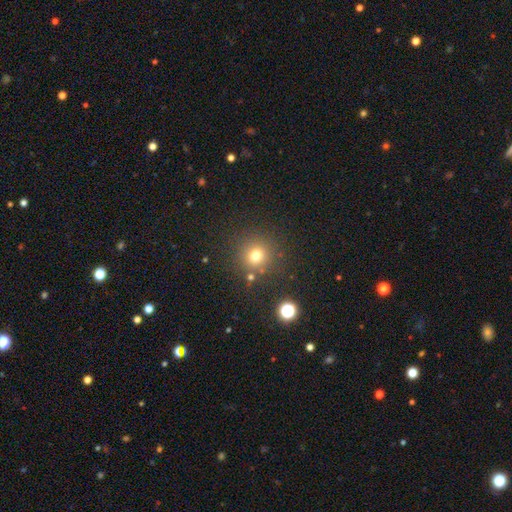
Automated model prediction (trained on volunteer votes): Morphology: type=smooth (74%); roundness=round (93%); merging=none (84%).